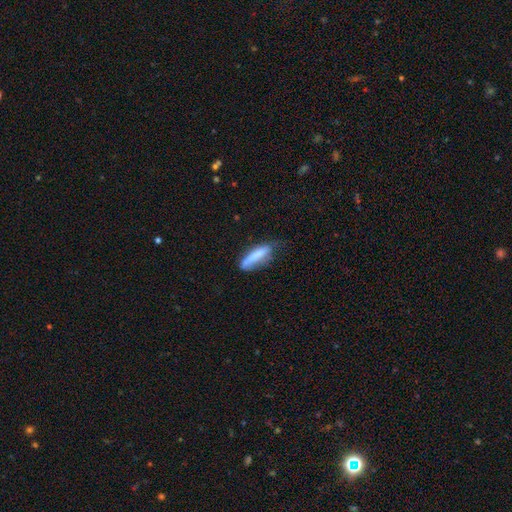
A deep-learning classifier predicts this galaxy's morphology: Smooth or featured? Predicted: smooth (p=0.75). How rounded? Predicted: cigar-shaped (p=0.66). Merging? Predicted: none (p=0.47).